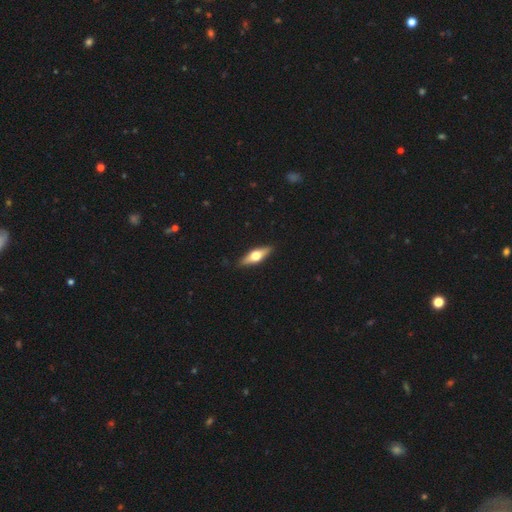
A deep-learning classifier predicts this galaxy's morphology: Q: Smooth or featured?
A: featured or disk (54%); runner-up: smooth (40%)
Q: Edge-on disk?
A: yes (92%); runner-up: no (8%)
Q: Merging?
A: none (89%); runner-up: minor disturbance (9%)